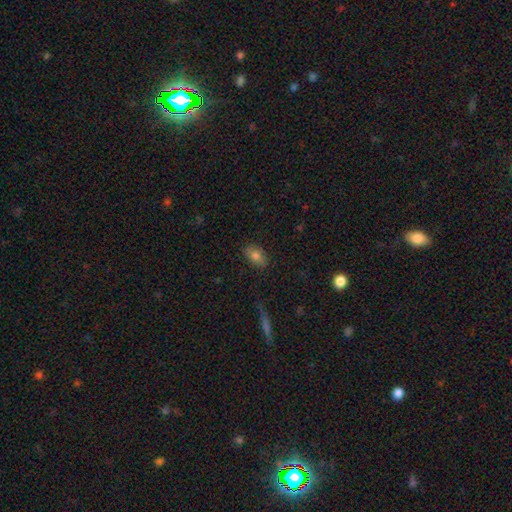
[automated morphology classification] Smooth or featured?
  - smooth: 79% *
  - featured or disk: 12%
  - star or artifact: 9%
How rounded?
  - in between: 88% *
  - round: 10%
  - cigar-shaped: 2%
Merging?
  - none: 84% *
  - minor disturbance: 13%
  - major disturbance: 3%
  - merger: 1%